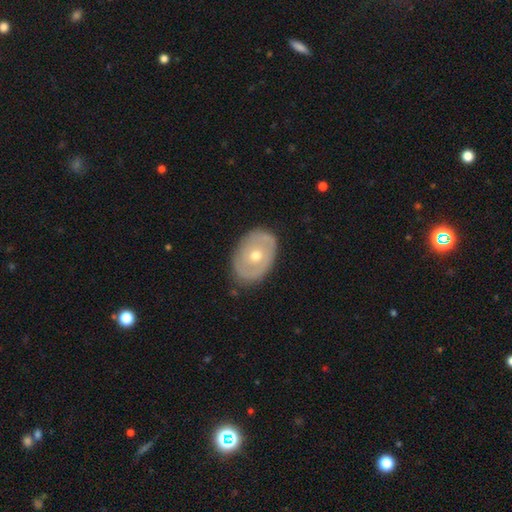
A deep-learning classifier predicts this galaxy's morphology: Q: Smooth or featured?
A: featured or disk (53%); runner-up: smooth (41%)
Q: Edge-on disk?
A: no (91%); runner-up: yes (9%)
Q: Merging?
A: none (82%); runner-up: minor disturbance (13%)